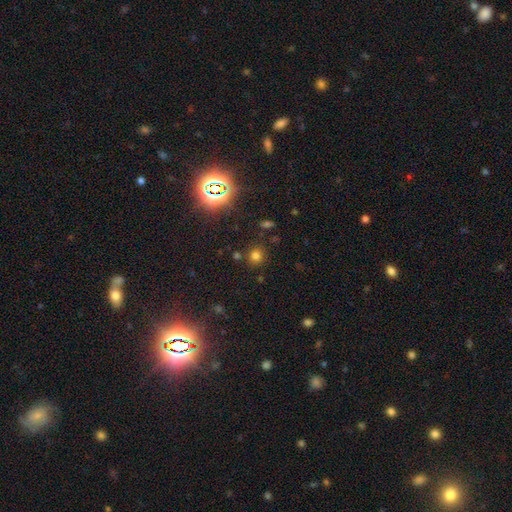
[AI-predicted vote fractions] Smooth or featured?
  - smooth: 69% *
  - star or artifact: 24%
  - featured or disk: 6%
How rounded?
  - round: 88% *
  - in between: 10%
  - cigar-shaped: 1%
Merging?
  - none: 82% *
  - minor disturbance: 9%
  - merger: 6%
  - major disturbance: 4%